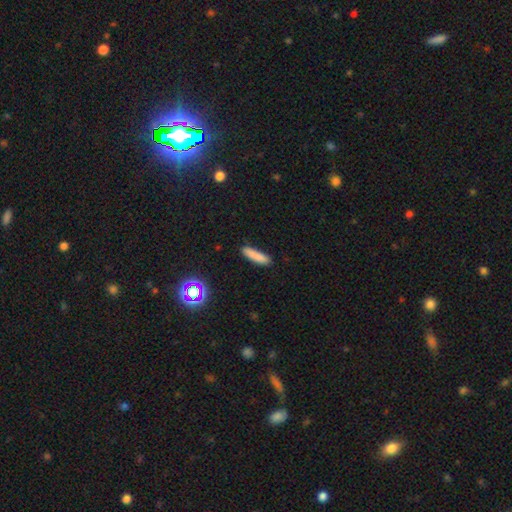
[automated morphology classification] Smooth or featured?
  - smooth: 84% *
  - star or artifact: 9%
  - featured or disk: 7%
How rounded?
  - cigar-shaped: 78% *
  - in between: 20%
  - round: 2%
Merging?
  - none: 85% *
  - minor disturbance: 11%
  - major disturbance: 2%
  - merger: 2%